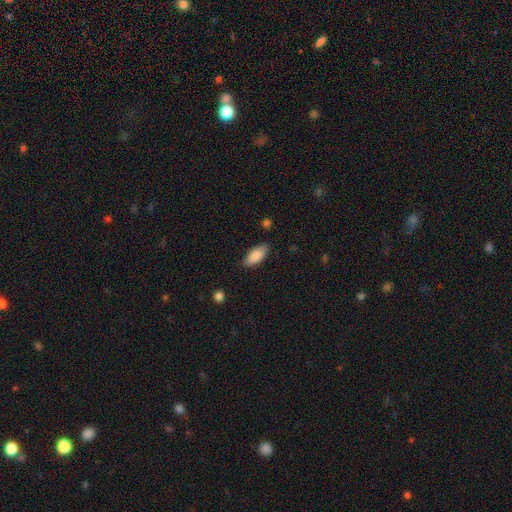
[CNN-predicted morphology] Overall: smooth (87%). How rounded: in between (86%). Merging: none (83%).